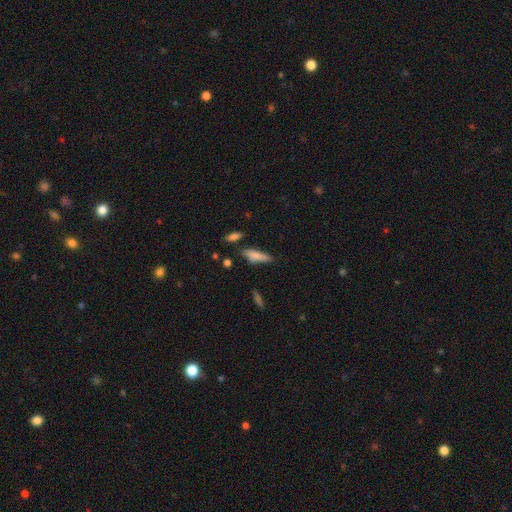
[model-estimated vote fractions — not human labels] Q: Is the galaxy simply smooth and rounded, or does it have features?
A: smooth — 78%.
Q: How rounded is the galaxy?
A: cigar-shaped — 59%.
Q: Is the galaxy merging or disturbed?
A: none — 65%.